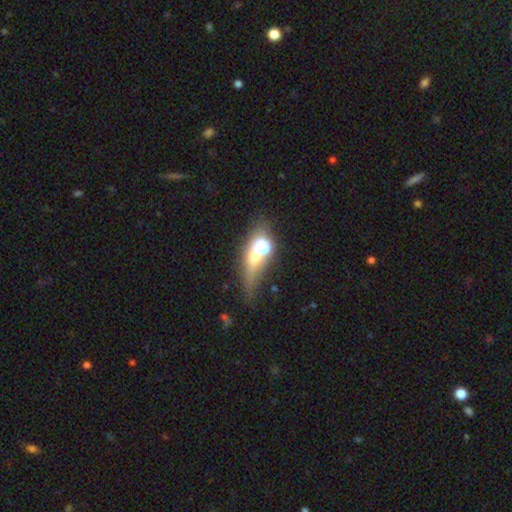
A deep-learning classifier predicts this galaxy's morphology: This is marginally a smooth galaxy (40%). Merging: possibly none (55%).